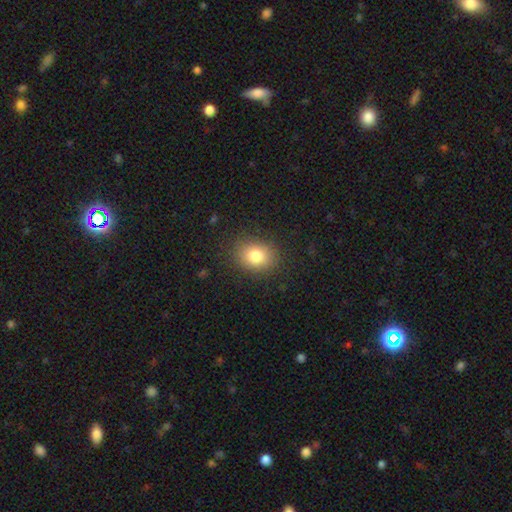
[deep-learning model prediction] A smooth galaxy with no disk features (81%) that is in between round and cigar-shaped (51%). Merging: none (86%).